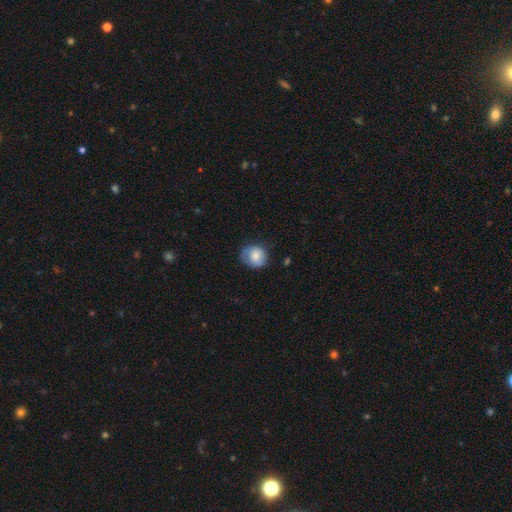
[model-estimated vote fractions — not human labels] Smooth or featured?
  - smooth: 73% *
  - featured or disk: 19%
  - star or artifact: 7%
How rounded?
  - round: 76% *
  - in between: 23%
  - cigar-shaped: 1%
Merging?
  - none: 57% *
  - minor disturbance: 31%
  - major disturbance: 10%
  - merger: 2%